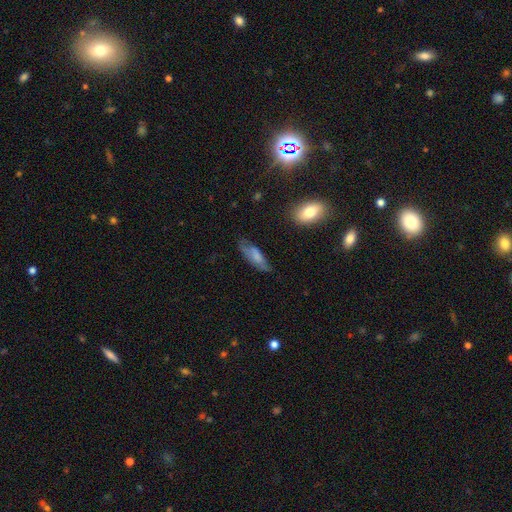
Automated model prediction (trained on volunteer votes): Smooth or featured? Predicted: smooth (p=0.66). How rounded? Predicted: in between (p=0.61). Merging? Predicted: none (p=0.58).